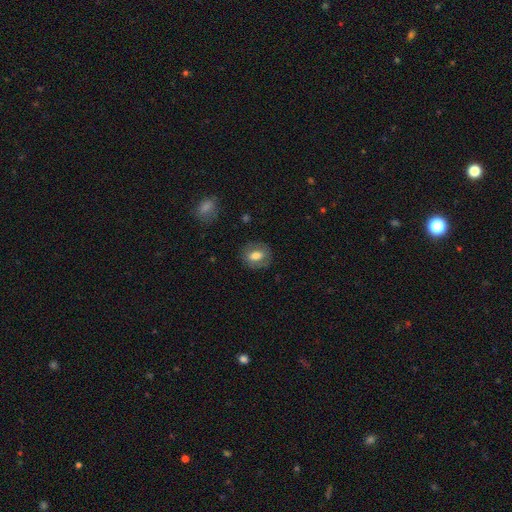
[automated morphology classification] This appears to be a smooth galaxy with no disk features (68%) that is round (50%). Merging: none (81%).